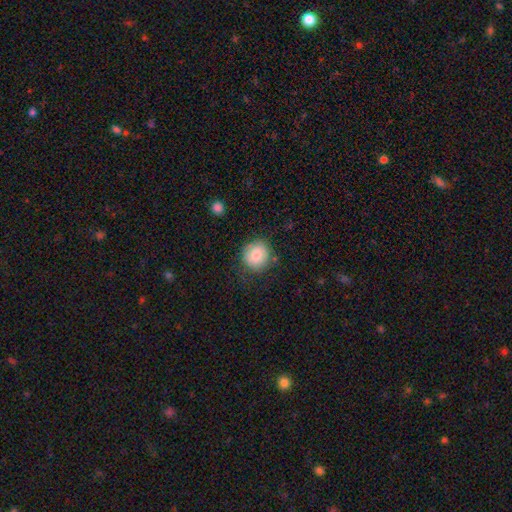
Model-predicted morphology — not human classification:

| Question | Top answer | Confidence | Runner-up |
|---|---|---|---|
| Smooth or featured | smooth | 82% | featured or disk (10%) |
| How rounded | round | 87% | in between (12%) |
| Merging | none | 75% | minor disturbance (17%) |